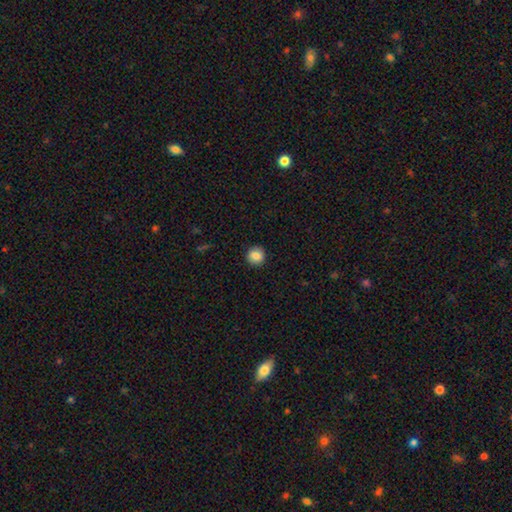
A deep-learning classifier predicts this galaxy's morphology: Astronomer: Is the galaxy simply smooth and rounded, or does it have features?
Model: smooth — 85%.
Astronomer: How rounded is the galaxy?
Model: round — 92%.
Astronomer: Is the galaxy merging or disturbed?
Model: none — 92%.